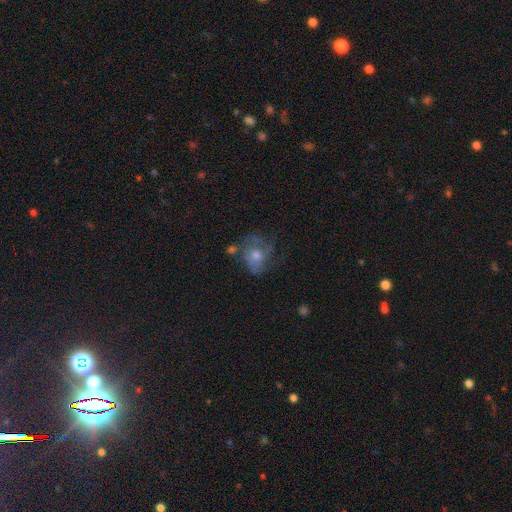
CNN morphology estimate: This is possibly a featured or disk galaxy (59%). It is clearly not viewed edge-on (97%). Bar: clearly no (81%). Spiral arm pattern: likely yes (72%). Central bulge: likely moderate (63%). Merging: possibly none (56%).